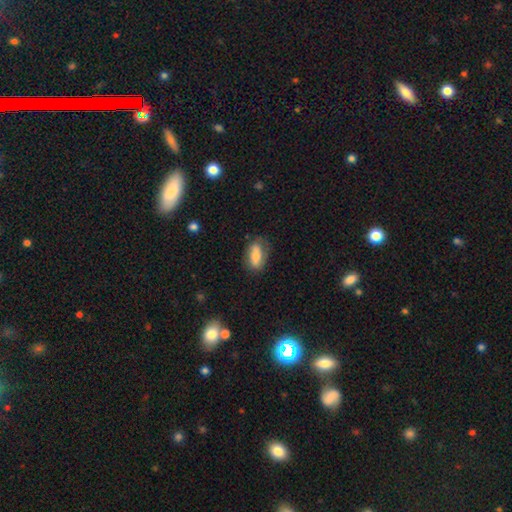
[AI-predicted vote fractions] This is likely a smooth galaxy (70%). How rounded: clearly in between (82%). Merging: likely none (72%).